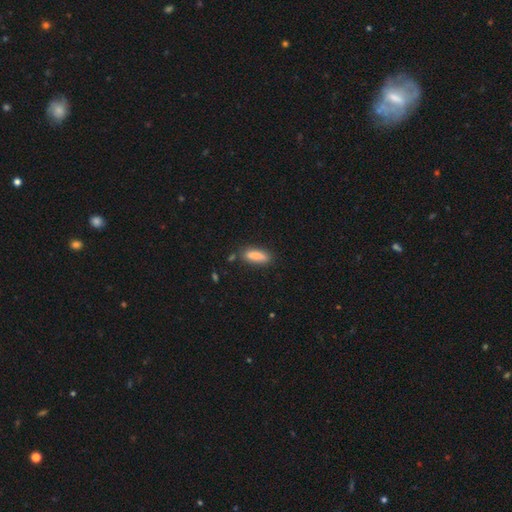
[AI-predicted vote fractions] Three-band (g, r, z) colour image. It shows a smooth galaxy with no disk features (84%) that is cigar-shaped (53%). Merging: none (74%).